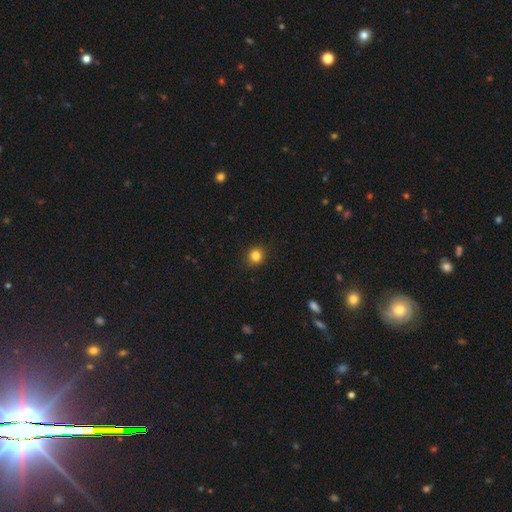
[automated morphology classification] smooth_or_featured: smooth (p=0.83) [alt: star or artifact p=0.12]
how_rounded: round (p=0.85) [alt: in between p=0.14]
merging: none (p=0.90) [alt: minor disturbance p=0.07]